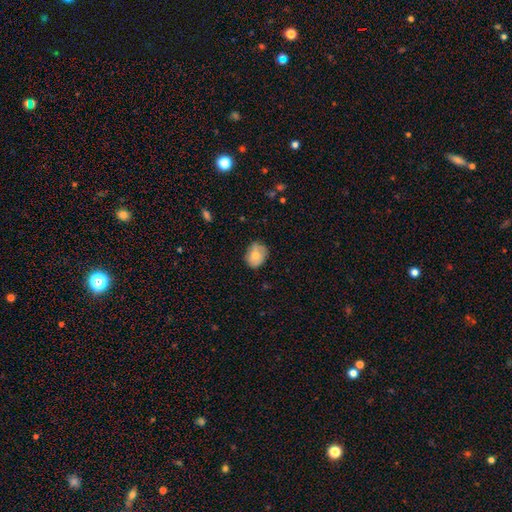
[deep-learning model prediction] Smooth or featured: smooth — 70% (featured or disk — 22%)
How rounded: in between — 57% (round — 42%)
Merging: none — 69% (minor disturbance — 25%)